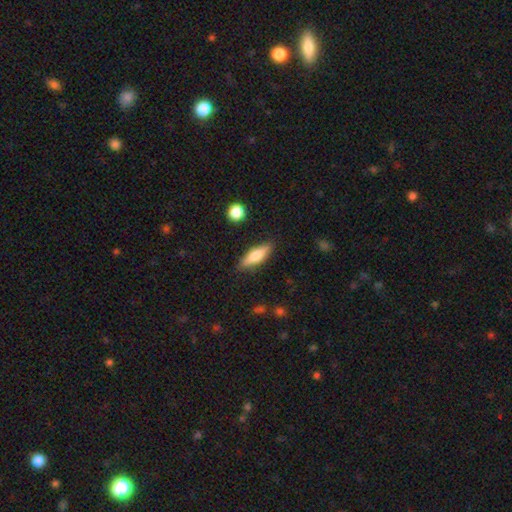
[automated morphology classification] Overall: smooth (60%; featured or disk 33%). How rounded: cigar-shaped (54%; in between 43%). Merging: none (85%).